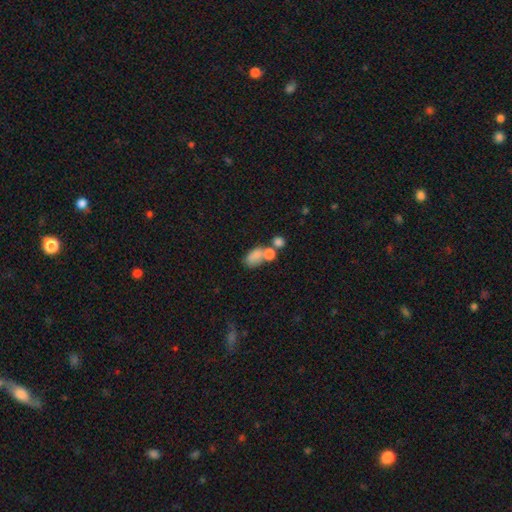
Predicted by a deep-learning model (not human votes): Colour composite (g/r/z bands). It shows a smooth galaxy with no disk features (75%) that is in between round and cigar-shaped (81%). Merging: merger (46%).